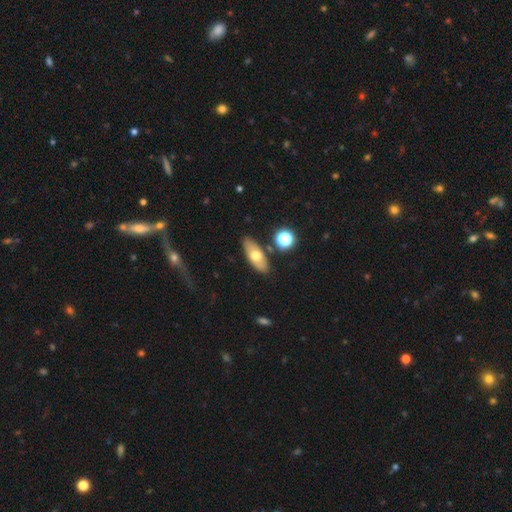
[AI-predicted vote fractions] This is possibly a smooth galaxy (59%). How rounded: likely in between (76%). Merging: clearly none (83%).